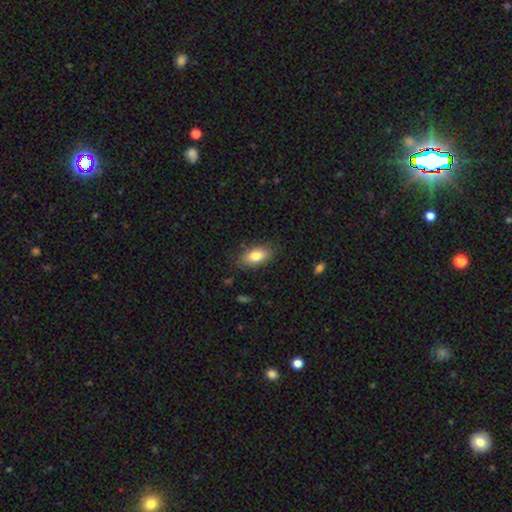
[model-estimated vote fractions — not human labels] Smooth or featured? smooth (82%)
How rounded? in between (90%)
Merging? none (83%)